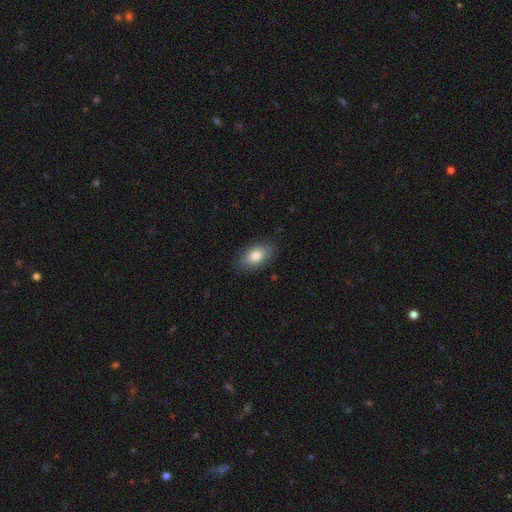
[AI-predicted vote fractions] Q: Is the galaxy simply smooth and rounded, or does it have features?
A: smooth — 81%.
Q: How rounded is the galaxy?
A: in between — 92%.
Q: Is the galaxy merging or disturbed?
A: none — 85%.